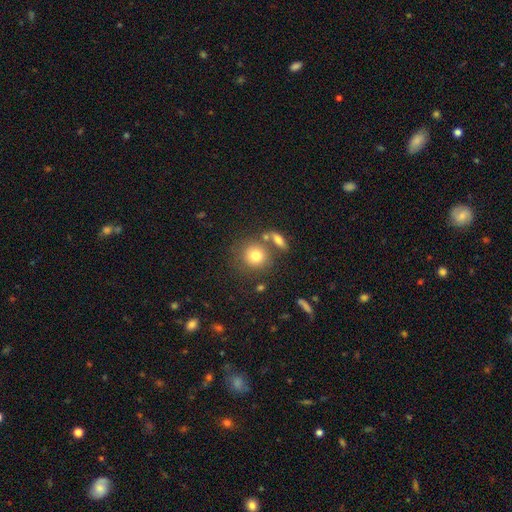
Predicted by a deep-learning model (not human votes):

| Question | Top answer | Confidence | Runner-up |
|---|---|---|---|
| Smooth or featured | smooth | 78% | featured or disk (12%) |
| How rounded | round | 85% | in between (14%) |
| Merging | none | 66% | merger (18%) |